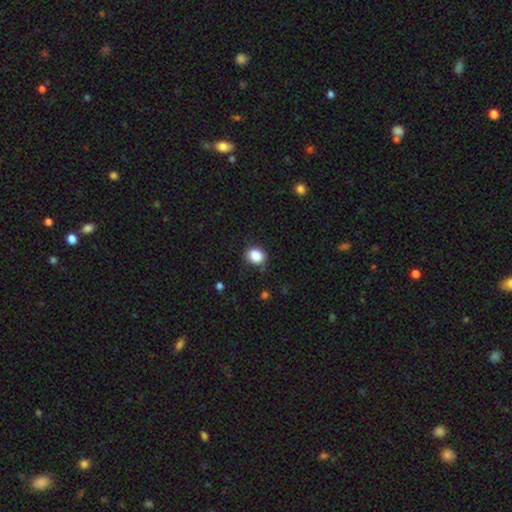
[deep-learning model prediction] smooth 87%, star or artifact 9%, featured or disk 4%. Down the decision tree: how rounded — round (52%); merging — none (77%).